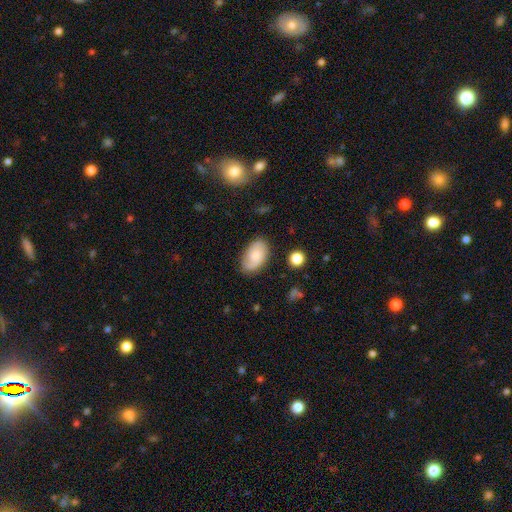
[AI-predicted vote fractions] A smooth galaxy with no disk features (54%) that is in between round and cigar-shaped (91%). Merging: none (73%).